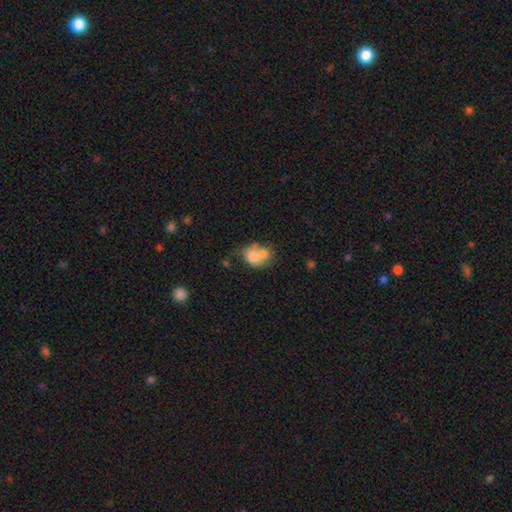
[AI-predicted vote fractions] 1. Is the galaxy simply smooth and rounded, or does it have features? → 68% smooth, 22% featured or disk, 9% star or artifact.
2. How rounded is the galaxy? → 59% in between, 40% round, 1% cigar-shaped.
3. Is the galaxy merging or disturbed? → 54% merger, 23% none, 13% minor disturbance, 10% major disturbance.